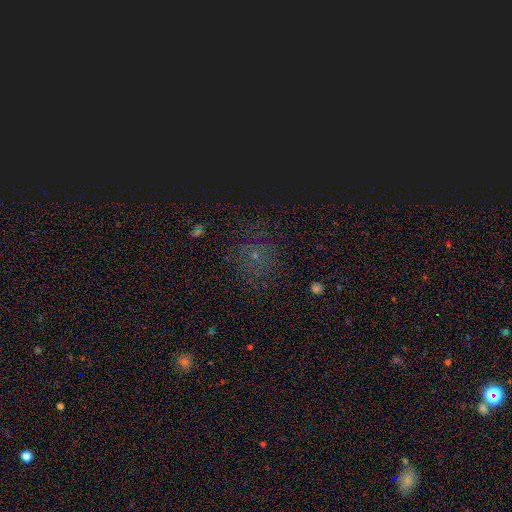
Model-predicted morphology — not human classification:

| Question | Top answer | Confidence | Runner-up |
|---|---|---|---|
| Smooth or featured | star or artifact | 46% | smooth (41%) |